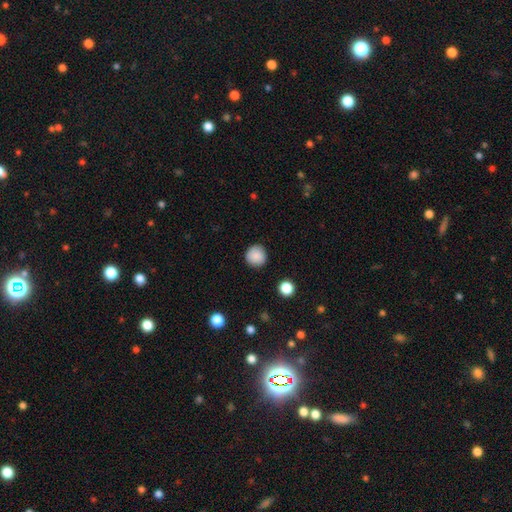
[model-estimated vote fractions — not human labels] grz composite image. It shows a smooth galaxy with no disk features (88%) that is round (94%). Merging: none (90%).